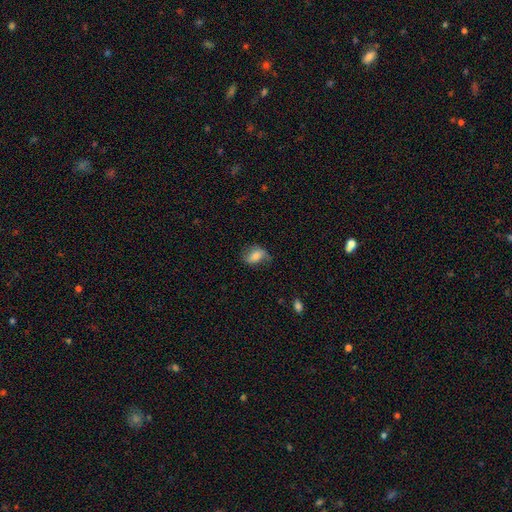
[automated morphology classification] smooth_or_featured: smooth (p=0.60) [alt: featured or disk p=0.31]
how_rounded: in between (p=0.82) [alt: round p=0.15]
merging: none (p=0.60) [alt: minor disturbance p=0.28]